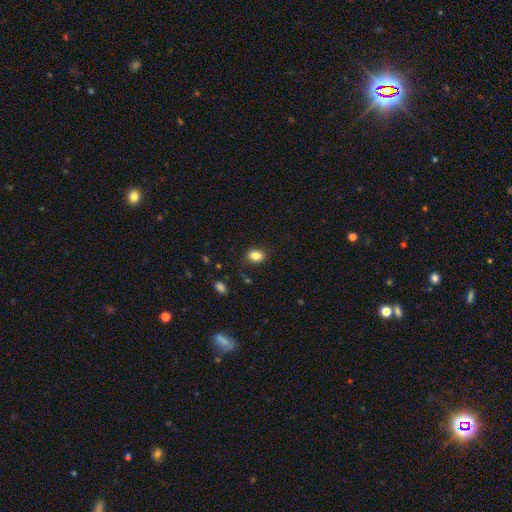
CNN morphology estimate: This appears to be a smooth galaxy with no disk features (84%) that is in between round and cigar-shaped (74%). Merging: none (82%).